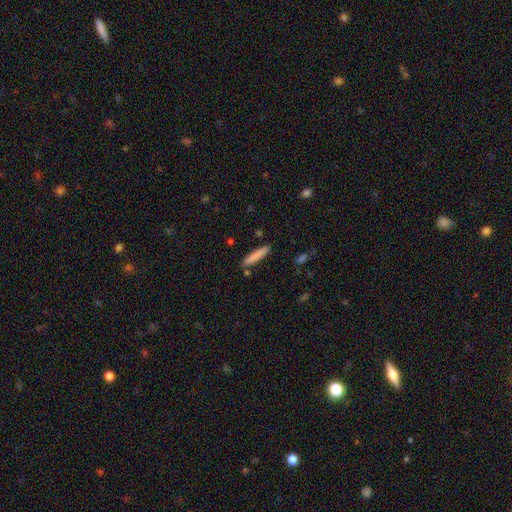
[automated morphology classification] smooth-or-featured: smooth: 82% | featured or disk: 11% | star or artifact: 6%
  how-rounded: cigar-shaped: 90% | in between: 9% | round: 1%
  merging: none: 86% | minor disturbance: 9% | merger: 3% | major disturbance: 2%